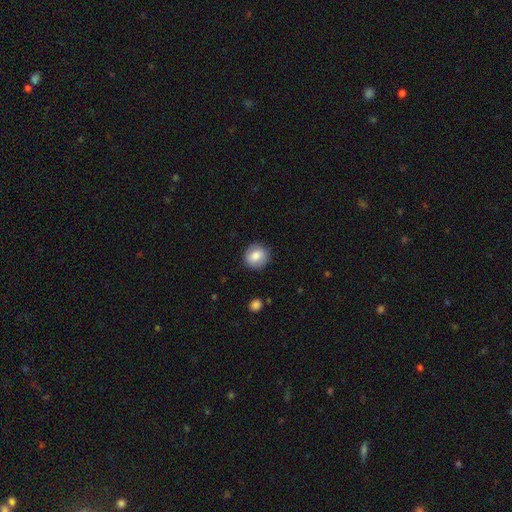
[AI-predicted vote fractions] A smooth galaxy with no disk features (81%) that is round (86%). Merging: none (88%).